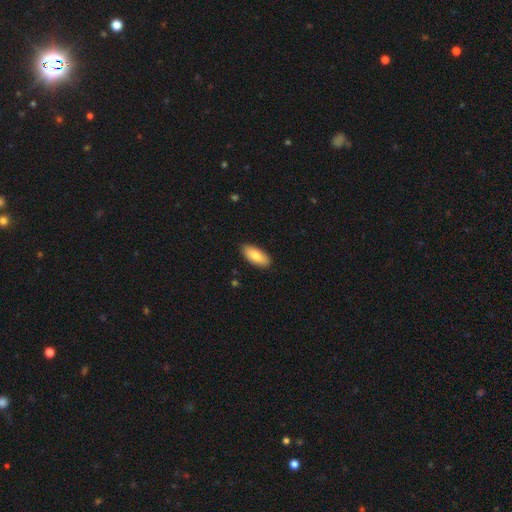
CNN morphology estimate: The model was most divided on "smooth or featured": smooth: 82%, featured or disk: 12%, star or artifact: 6%. More confident: merging — none (88%); how rounded — in between (87%).